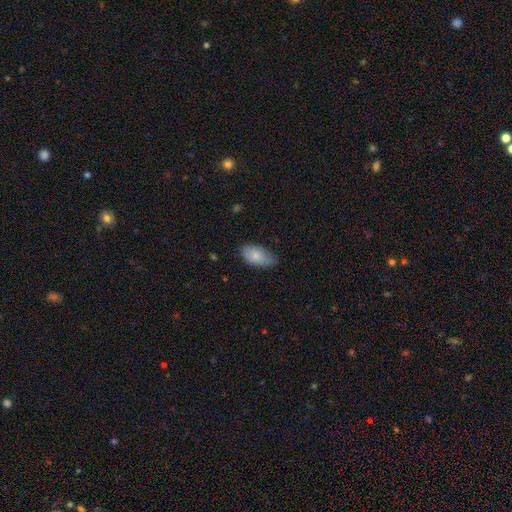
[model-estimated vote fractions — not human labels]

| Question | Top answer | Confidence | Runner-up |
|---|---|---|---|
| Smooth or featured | smooth | 79% | featured or disk (14%) |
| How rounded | in between | 93% | round (4%) |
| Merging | none | 58% | minor disturbance (35%) |